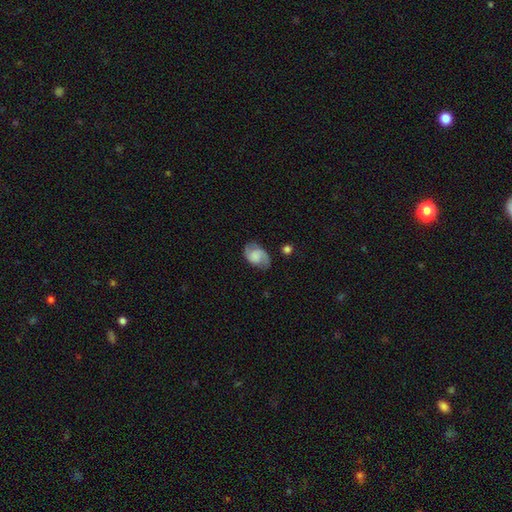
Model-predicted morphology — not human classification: featured or disk 62%, smooth 30%, star or artifact 8%. Down the decision tree: edge-on disk — no (97%); bar — no (56%); spiral arms — yes (92%); spiral arm count — 2 (87%); spiral winding — medium (48%); bulge size — none (42%); merging — none (70%).